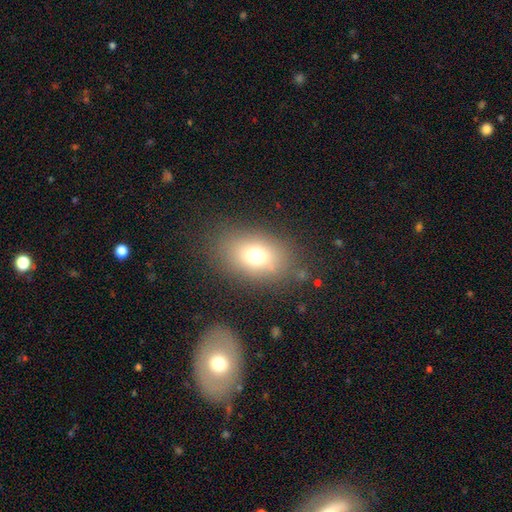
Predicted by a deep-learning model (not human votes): smooth_or_featured: smooth (p=0.71) [alt: star or artifact p=0.15]
how_rounded: in between (p=0.73) [alt: round p=0.26]
merging: none (p=0.78) [alt: minor disturbance p=0.12]